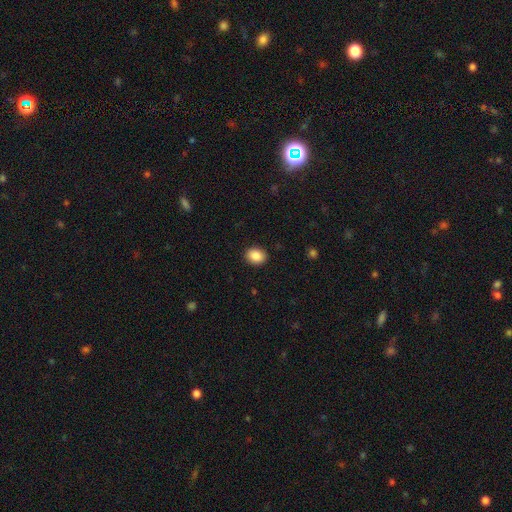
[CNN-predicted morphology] Smooth or featured? smooth (89%)
How rounded? in between (53%)
Merging? none (90%)